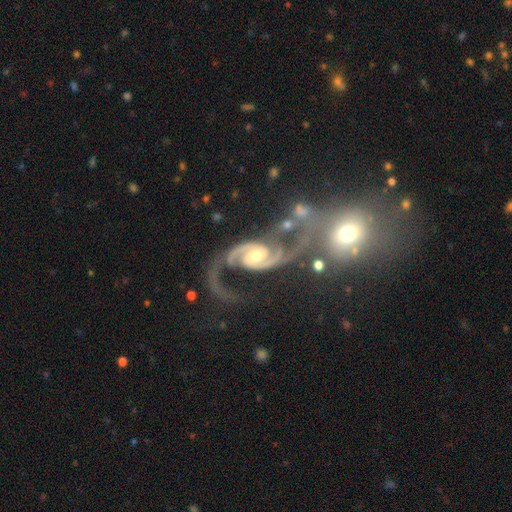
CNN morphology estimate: Smooth or featured?
  - featured or disk: 93% *
  - star or artifact: 4%
  - smooth: 3%
Edge-on disk?
  - no: 98% *
  - yes: 2%
Bar?
  - no: 43% *
  - weak: 39%
  - strong: 18%
Spiral arms?
  - yes: 98% *
  - no: 2%
Spiral winding?
  - medium: 51% *
  - loose: 36%
  - tight: 13%
Spiral arm count?
  - 2: 93% *
  - 1: 2%
  - can't tell: 2%
  - 3: 2%
  - 4: 1%
  - more than 4: 1%
Bulge size?
  - moderate: 54% *
  - small: 38%
  - large: 5%
  - none: 2%
  - dominant: 1%
Merging?
  - none: 44% *
  - major disturbance: 20%
  - merger: 19%
  - minor disturbance: 17%